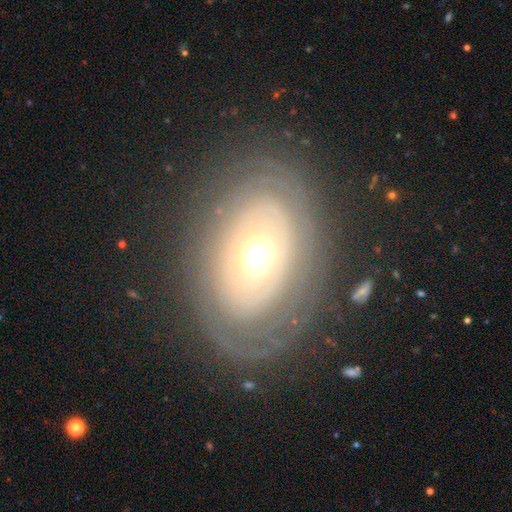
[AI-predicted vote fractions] smooth-or-featured: featured or disk: 72% | smooth: 22% | star or artifact: 6%
  disk-edge-on: no: 94% | yes: 6%
    bar: no: 87% | weak: 9% | strong: 4%
    has-spiral-arms: yes: 57% | no: 43%
    bulge-size: moderate: 66% | small: 19% | large: 12% | dominant: 2% | none: 1%
  merging: none: 77% | minor disturbance: 14% | major disturbance: 8% | merger: 1%